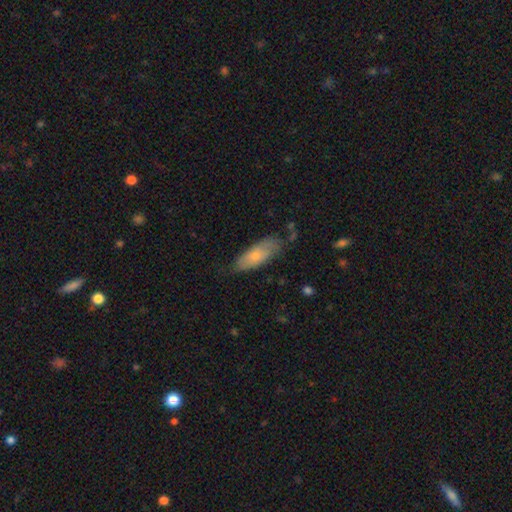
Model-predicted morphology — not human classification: This is likely a smooth galaxy (71%). How rounded: likely in between (70%). Merging: likely none (65%).